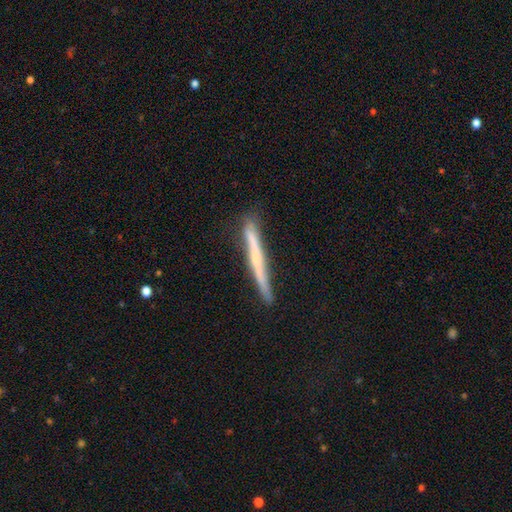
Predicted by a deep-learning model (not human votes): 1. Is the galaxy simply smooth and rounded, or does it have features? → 54% featured or disk, 40% smooth, 7% star or artifact.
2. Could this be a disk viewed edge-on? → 95% yes, 5% no.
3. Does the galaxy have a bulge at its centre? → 71% none, 22% rounded, 7% boxy.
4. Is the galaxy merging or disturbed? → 82% none, 14% minor disturbance, 2% major disturbance, 2% merger.